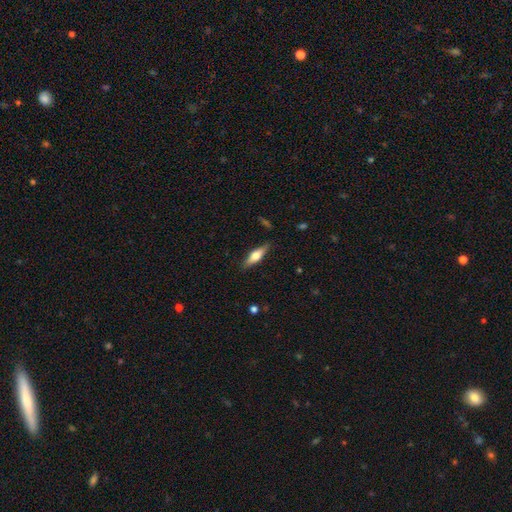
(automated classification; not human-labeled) smooth_or_featured: smooth (p=0.48) [alt: featured or disk p=0.46]
merging: none (p=0.86) [alt: minor disturbance p=0.10]